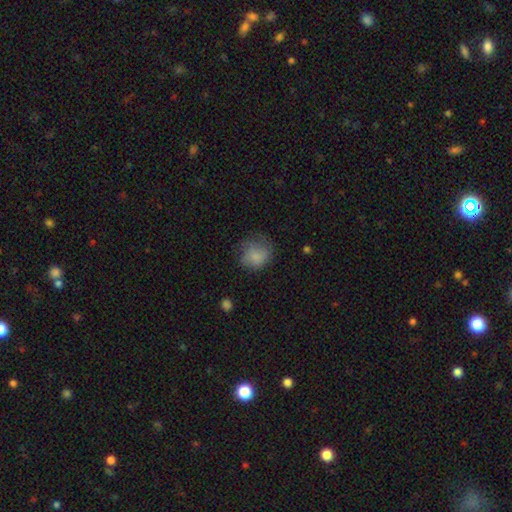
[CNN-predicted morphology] smooth_or_featured: smooth (p=0.78) [alt: featured or disk p=0.13]
how_rounded: round (p=0.74) [alt: in between p=0.25]
merging: none (p=0.56) [alt: minor disturbance p=0.28]